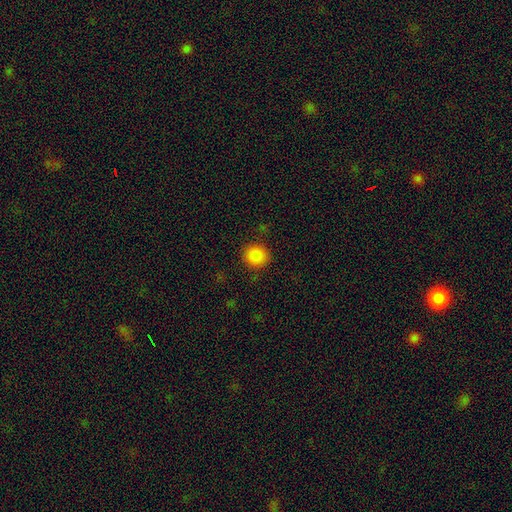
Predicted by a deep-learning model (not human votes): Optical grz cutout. It shows a smooth galaxy with no disk features (87%) that is round (87%). Merging: none (88%).